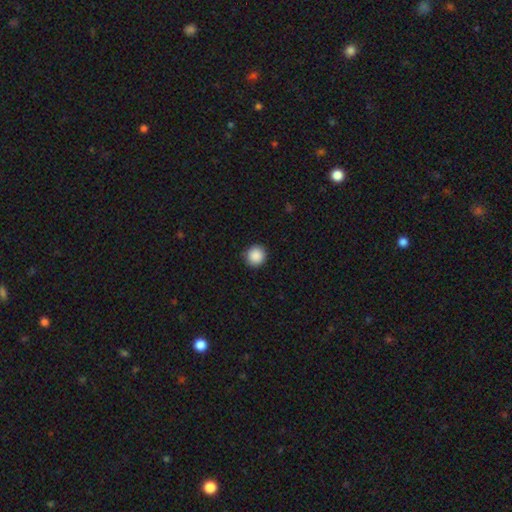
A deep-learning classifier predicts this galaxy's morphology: type=smooth (89%); roundness=round (94%); merging=none (91%).